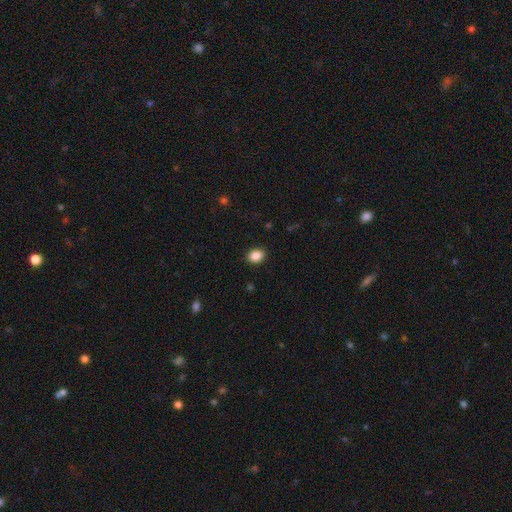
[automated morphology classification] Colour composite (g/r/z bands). It shows a smooth galaxy with no disk features (87%) that is in between round and cigar-shaped (52%). Merging: none (89%).